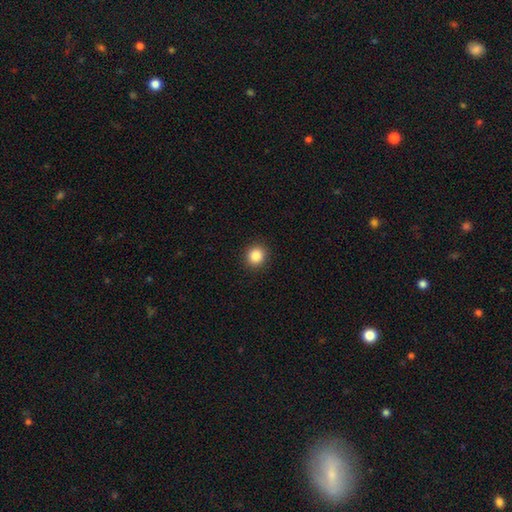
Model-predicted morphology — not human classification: type=smooth (86%); roundness=round (90%); merging=none (92%).